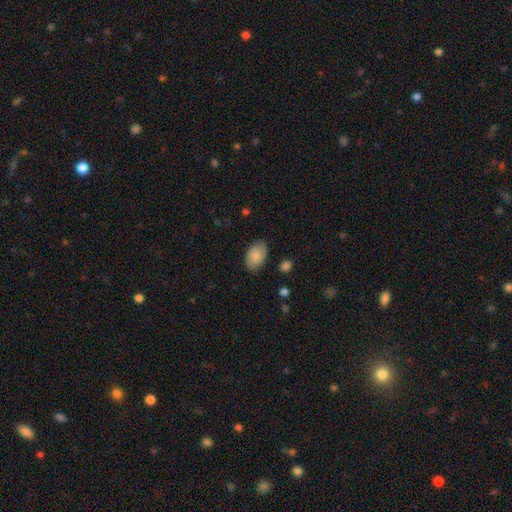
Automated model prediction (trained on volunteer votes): Smooth or featured: smooth — 73% (featured or disk — 20%)
How rounded: in between — 91% (round — 8%)
Merging: none — 82% (minor disturbance — 13%)